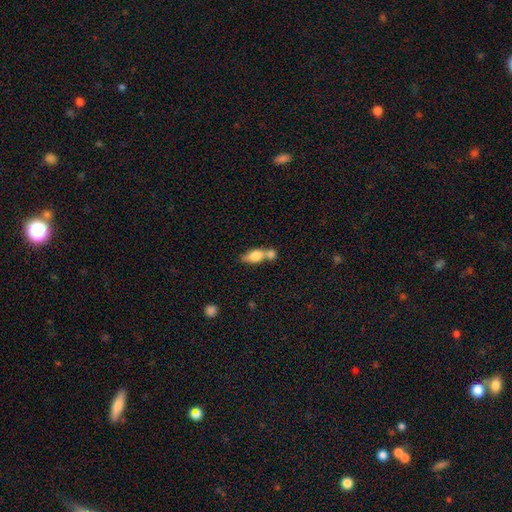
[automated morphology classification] smooth 73%, featured or disk 19%, star or artifact 8%. Down the decision tree: how rounded — in between (74%); merging — merger (59%).